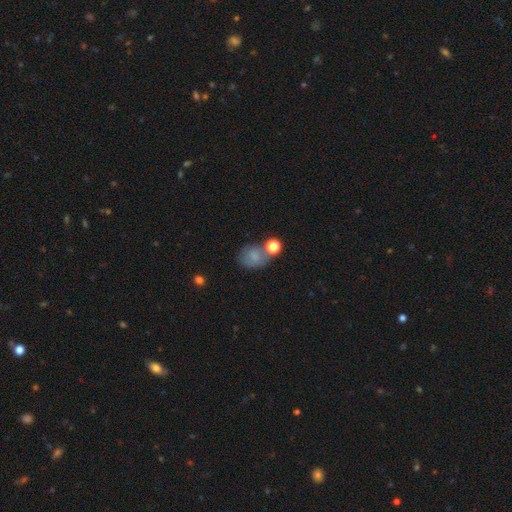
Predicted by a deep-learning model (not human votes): Morphology: type=smooth (67%); roundness=in between (50%); merging=none (54%).